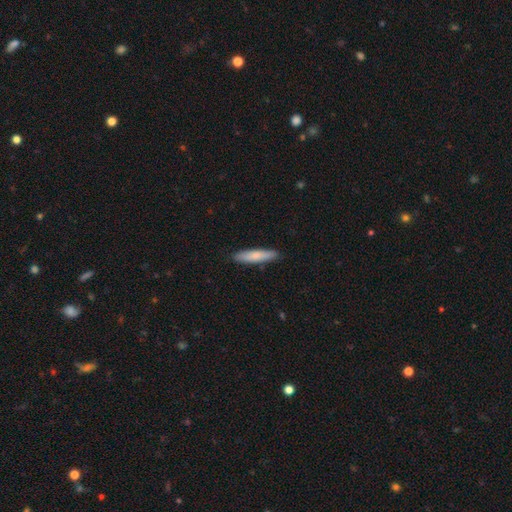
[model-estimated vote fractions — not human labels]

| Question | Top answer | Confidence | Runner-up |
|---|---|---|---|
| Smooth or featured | smooth | 77% | featured or disk (18%) |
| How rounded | cigar-shaped | 84% | in between (15%) |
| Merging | none | 90% | minor disturbance (8%) |